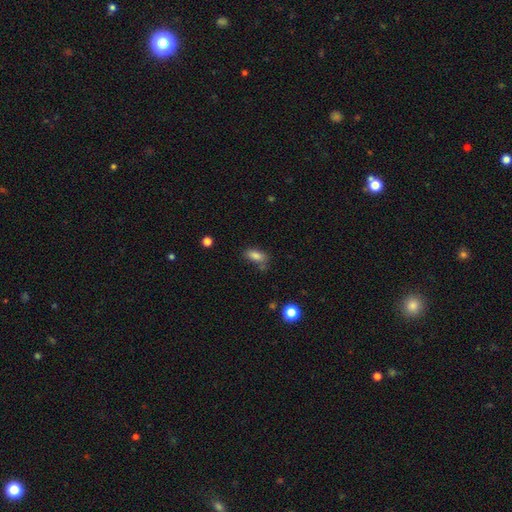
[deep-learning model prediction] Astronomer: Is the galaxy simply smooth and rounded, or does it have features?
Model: smooth — 82%.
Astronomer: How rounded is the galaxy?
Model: in between — 85%.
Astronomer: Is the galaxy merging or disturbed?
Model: none — 65%.